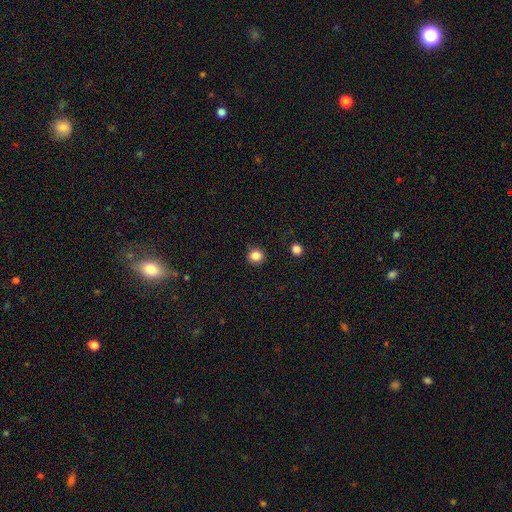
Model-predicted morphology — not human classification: Smooth or featured: smooth — 84% (star or artifact — 12%)
How rounded: round — 88% (in between — 11%)
Merging: none — 89% (minor disturbance — 8%)